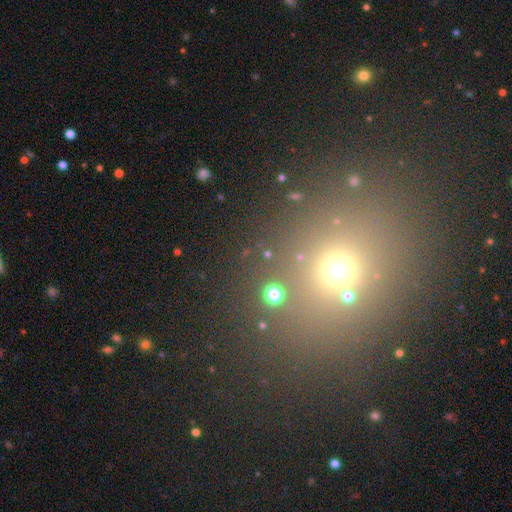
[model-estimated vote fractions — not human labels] Q: Smooth or featured?
A: smooth (52%); runner-up: star or artifact (38%)
Q: How rounded?
A: round (63%); runner-up: in between (35%)
Q: Merging?
A: none (82%); runner-up: minor disturbance (8%)